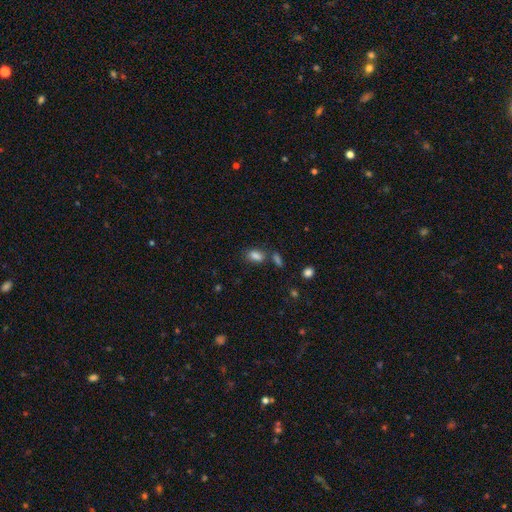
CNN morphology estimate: Smooth or featured: smooth — 83% (star or artifact — 11%)
How rounded: in between — 87% (round — 9%)
Merging: none — 60% (merger — 20%)